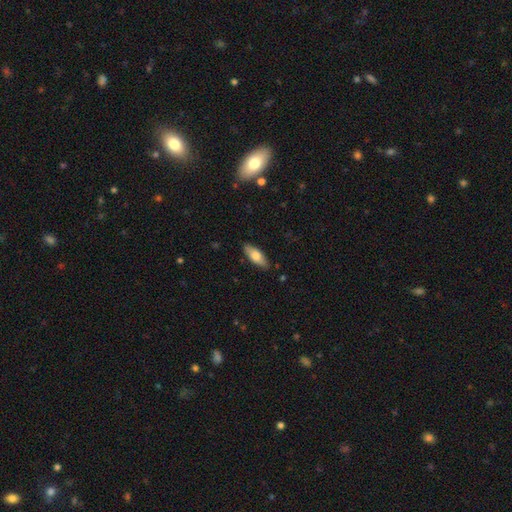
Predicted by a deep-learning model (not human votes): smooth 72%, featured or disk 22%, star or artifact 6%. Down the decision tree: how rounded — in between (74%); merging — none (87%).